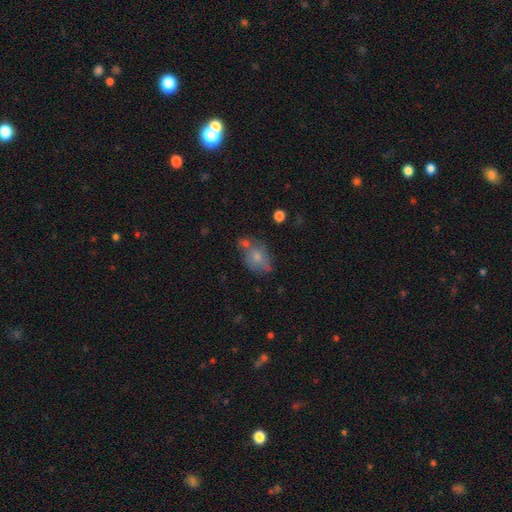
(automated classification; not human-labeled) Overall: smooth (58%; featured or disk 29%). How rounded: in between (72%). Merging: none (49%; minor disturbance 23%).